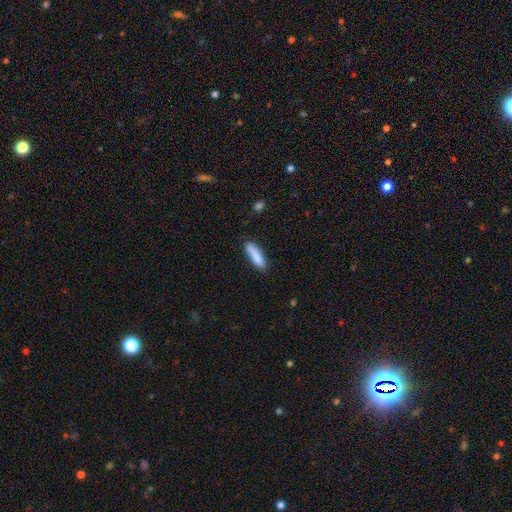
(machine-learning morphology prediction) This appears to be a smooth galaxy with no disk features (87%) that is cigar-shaped (74%). Merging: none (83%).